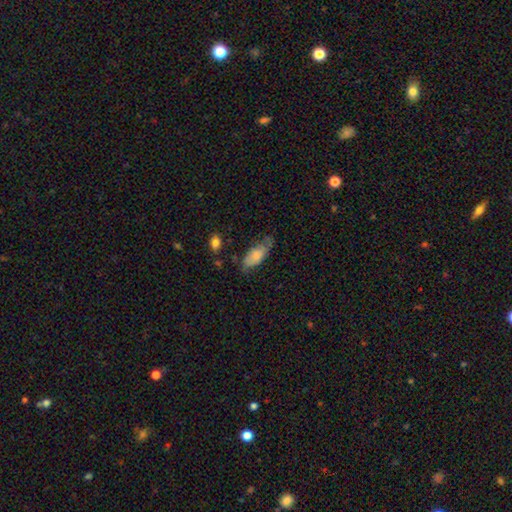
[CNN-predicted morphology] This is likely a smooth galaxy (67%). How rounded: clearly in between (85%). Merging: possibly none (48%).